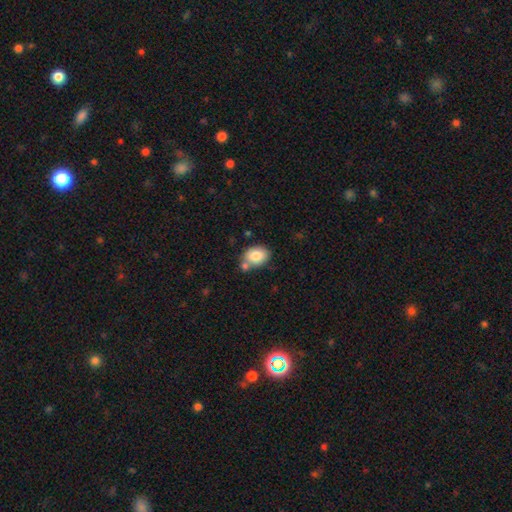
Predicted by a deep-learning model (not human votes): smooth-or-featured: smooth: 82% | featured or disk: 10% | star or artifact: 8%
  how-rounded: in between: 66% | round: 34% | cigar-shaped: 1%
  merging: none: 63% | merger: 18% | minor disturbance: 15% | major disturbance: 4%